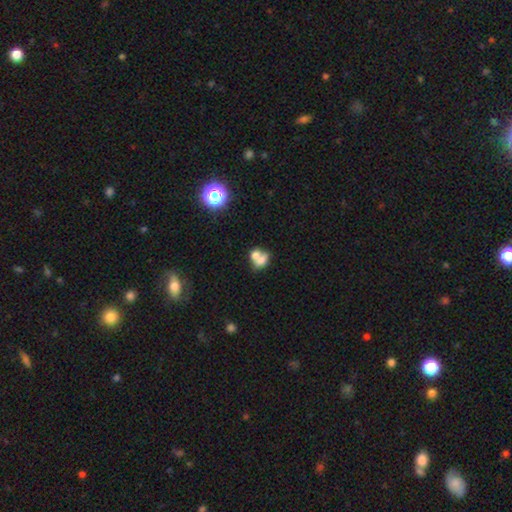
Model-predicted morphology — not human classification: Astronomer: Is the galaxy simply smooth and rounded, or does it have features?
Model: smooth — 68%.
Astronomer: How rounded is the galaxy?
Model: in between — 53% (runner-up: round, 45%).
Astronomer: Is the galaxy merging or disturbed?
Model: merger — 66%.